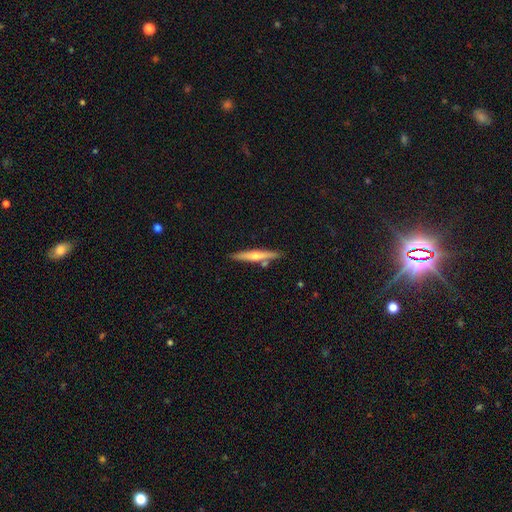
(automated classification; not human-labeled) Smooth or featured? featured or disk (60%)
Edge-on disk? yes (96%)
Edge-on bulge? rounded (80%)
Merging? none (84%)